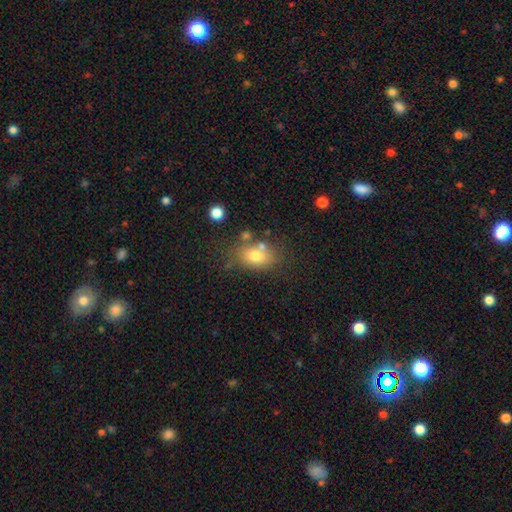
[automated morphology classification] This appears to be a smooth galaxy with no disk features (74%) that is in between round and cigar-shaped (76%). Merging: none (64%).